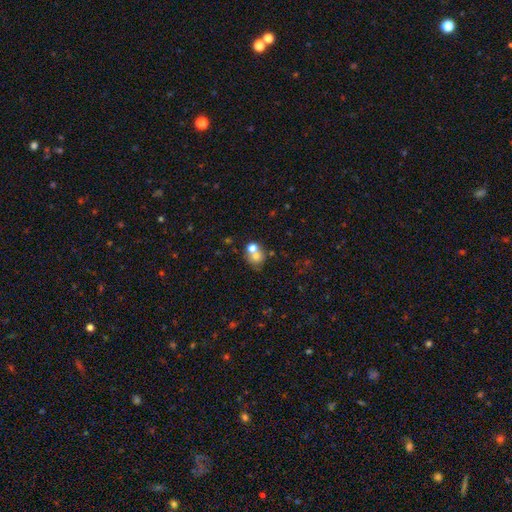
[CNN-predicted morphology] Smooth or featured?
  - smooth: 67% *
  - featured or disk: 20%
  - star or artifact: 13%
How rounded?
  - round: 69% *
  - in between: 30%
  - cigar-shaped: 1%
Merging?
  - merger: 47% *
  - none: 39%
  - minor disturbance: 9%
  - major disturbance: 5%